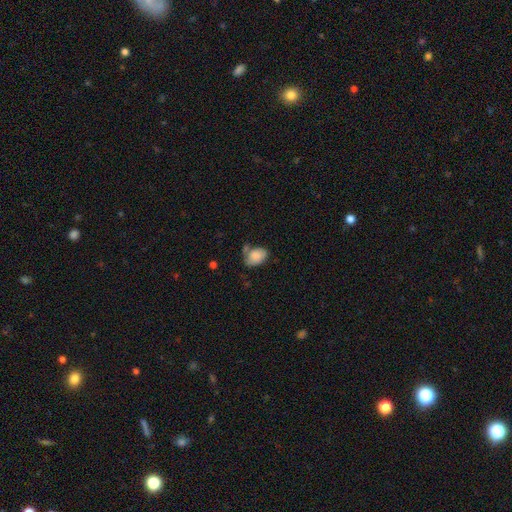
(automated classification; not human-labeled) Smooth or featured? smooth (83%)
How rounded? in between (80%)
Merging? none (47%)